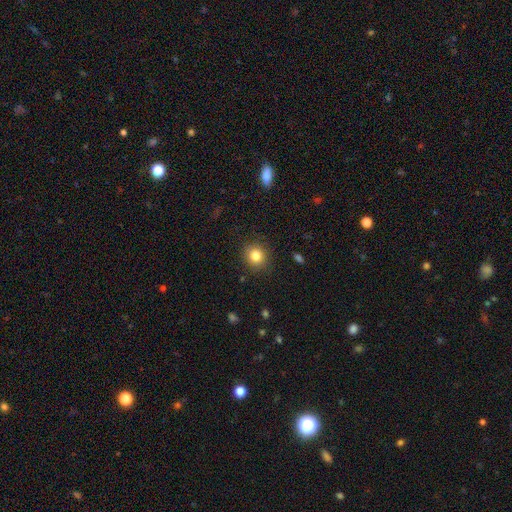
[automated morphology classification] Smooth or featured?
  - smooth: 83% *
  - star or artifact: 11%
  - featured or disk: 6%
How rounded?
  - round: 85% *
  - in between: 14%
  - cigar-shaped: 1%
Merging?
  - none: 89% *
  - minor disturbance: 7%
  - major disturbance: 2%
  - merger: 1%